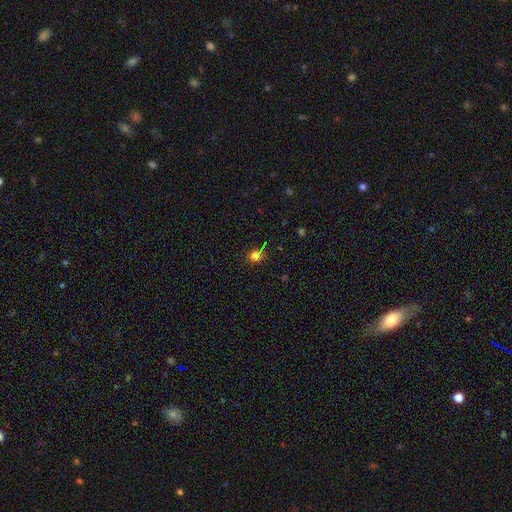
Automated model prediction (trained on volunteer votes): The model was most divided on "smooth or featured": smooth: 55%, star or artifact: 38%, featured or disk: 7%. More confident: how rounded — round (84%); merging — none (80%).